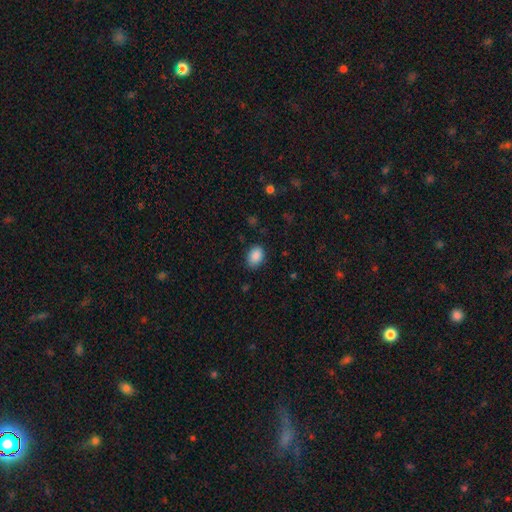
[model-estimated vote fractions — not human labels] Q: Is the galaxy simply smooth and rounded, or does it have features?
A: smooth — 89%.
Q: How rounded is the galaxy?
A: in between — 78%.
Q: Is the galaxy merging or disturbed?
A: none — 82%.